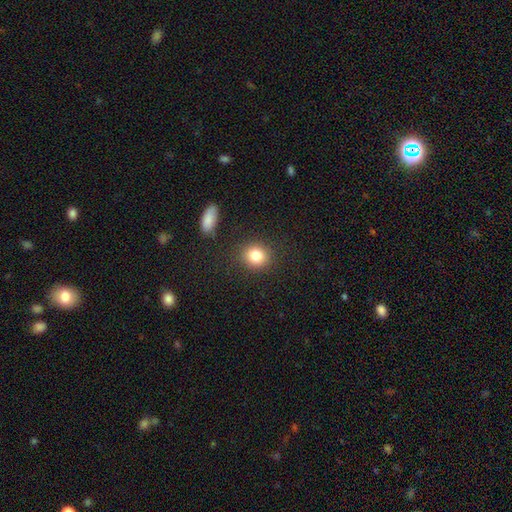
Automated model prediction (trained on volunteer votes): The model was most divided on "how rounded": round: 77%, in between: 22%, cigar-shaped: 1%. More confident: merging — none (86%); smooth or featured — smooth (83%).